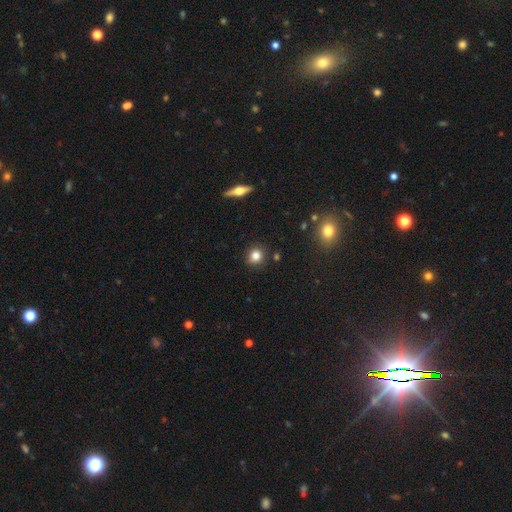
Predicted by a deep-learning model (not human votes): smooth_or_featured: smooth (p=0.82) [alt: star or artifact p=0.11]
how_rounded: round (p=0.85) [alt: in between p=0.14]
merging: none (p=0.88) [alt: minor disturbance p=0.08]